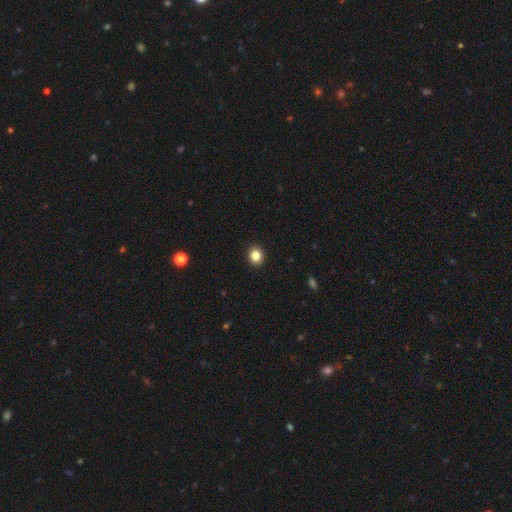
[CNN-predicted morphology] Overall: smooth (84%). How rounded: round (74%). Merging: none (92%).